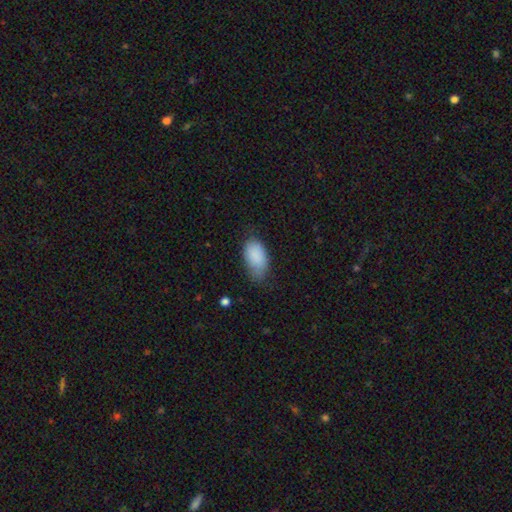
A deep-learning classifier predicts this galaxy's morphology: Q: Smooth or featured?
A: smooth (87%); runner-up: star or artifact (7%)
Q: How rounded?
A: in between (94%); runner-up: round (4%)
Q: Merging?
A: none (53%); runner-up: minor disturbance (36%)